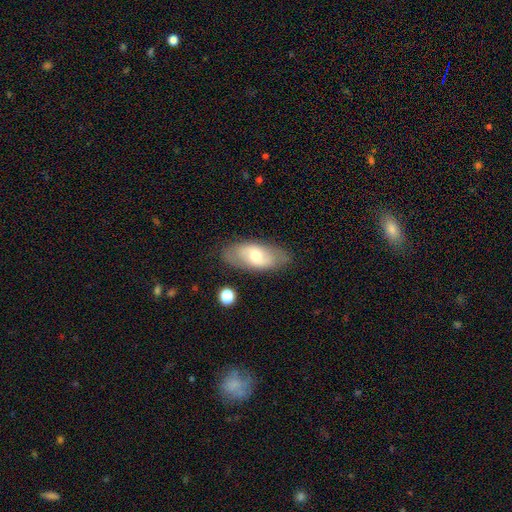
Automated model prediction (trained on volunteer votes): smooth_or_featured: smooth (p=0.50) [alt: featured or disk p=0.44]
merging: none (p=0.81) [alt: minor disturbance p=0.13]